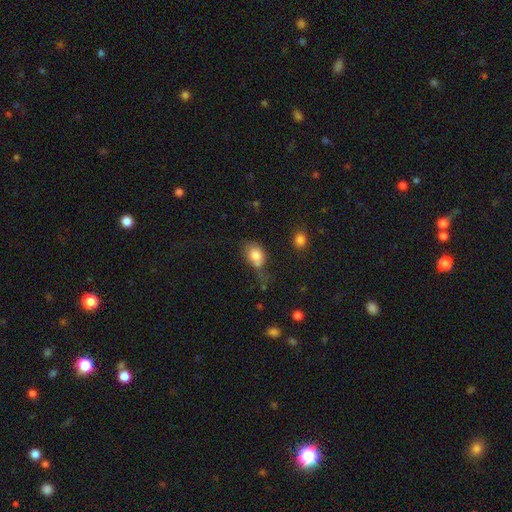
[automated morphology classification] type=smooth (79%); roundness=in between (61%); merging=none (35%).